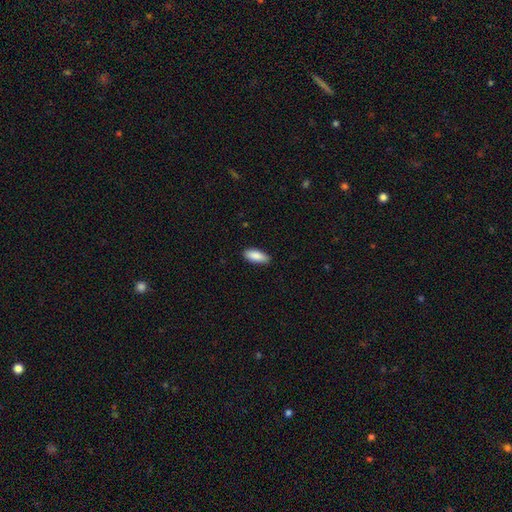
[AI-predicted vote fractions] smooth-or-featured: smooth: 89% | star or artifact: 6% | featured or disk: 5%
  how-rounded: in between: 80% | cigar-shaped: 18% | round: 2%
  merging: none: 87% | minor disturbance: 10% | major disturbance: 2% | merger: 1%